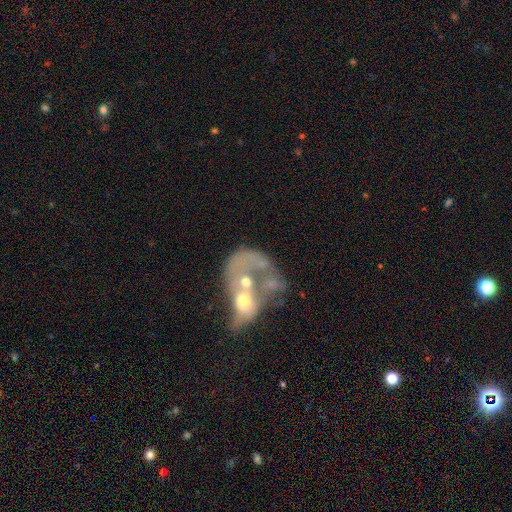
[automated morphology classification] Smooth or featured: featured or disk — 64% (smooth — 24%)
Edge-on disk: no — 96% (yes — 4%)
Bar: no — 76% (weak — 18%)
Spiral arms: yes — 51% (no — 49%)
Bulge size: moderate — 47% (small — 35%)
Merging: merger — 67% (major disturbance — 15%)